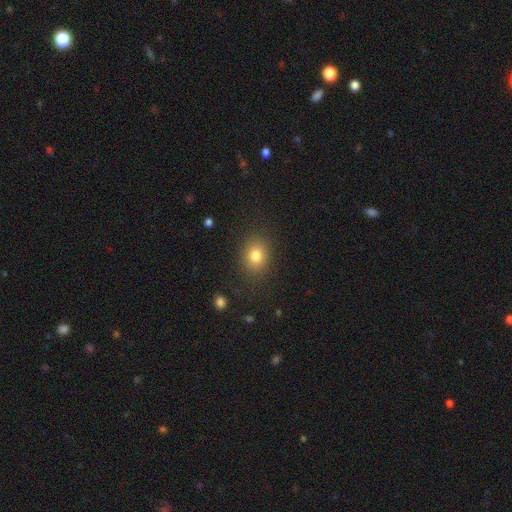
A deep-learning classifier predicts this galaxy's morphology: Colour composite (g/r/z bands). It shows a smooth galaxy with no disk features (80%) that is in between round and cigar-shaped (50%). Merging: none (85%).